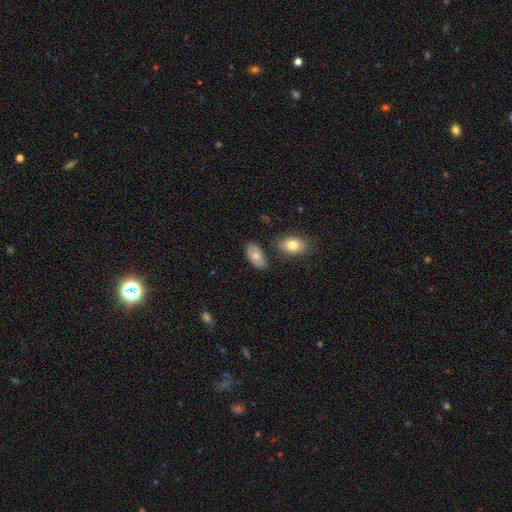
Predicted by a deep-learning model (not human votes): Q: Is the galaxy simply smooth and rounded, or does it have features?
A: smooth — 73%.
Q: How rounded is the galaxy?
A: in between — 93%.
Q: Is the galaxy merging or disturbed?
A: none — 72%.